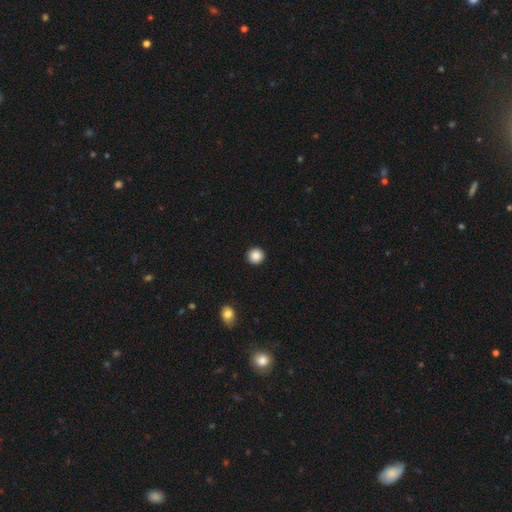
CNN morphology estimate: Smooth or featured? smooth (88%)
How rounded? round (95%)
Merging? none (94%)